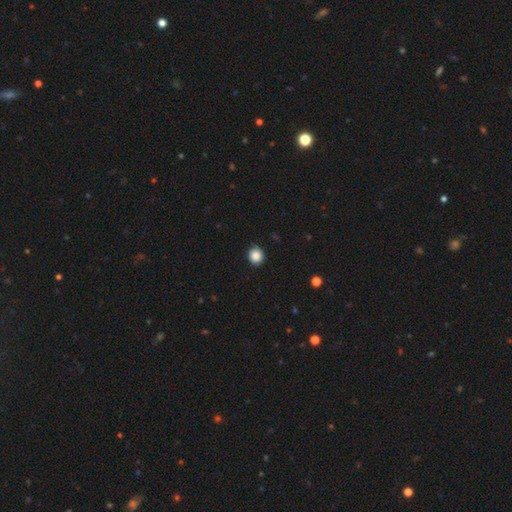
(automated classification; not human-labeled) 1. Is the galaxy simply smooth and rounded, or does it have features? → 88% smooth, 9% star or artifact, 3% featured or disk.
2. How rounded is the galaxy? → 86% round, 13% in between, 1% cigar-shaped.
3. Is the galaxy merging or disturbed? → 90% none, 7% minor disturbance, 2% major disturbance, 1% merger.